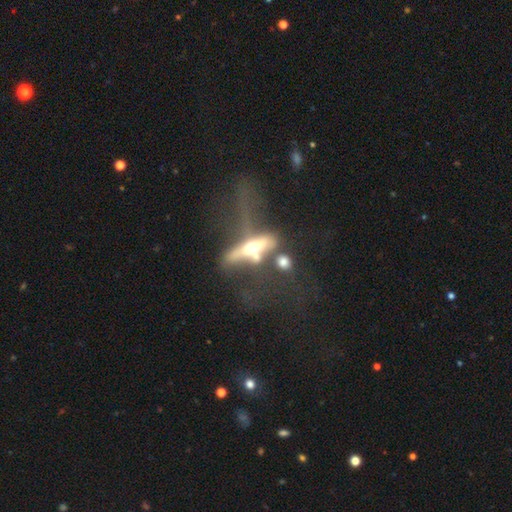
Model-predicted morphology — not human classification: type=featured or disk (58%); edge-on=yes (68%); merging=merger (37%).